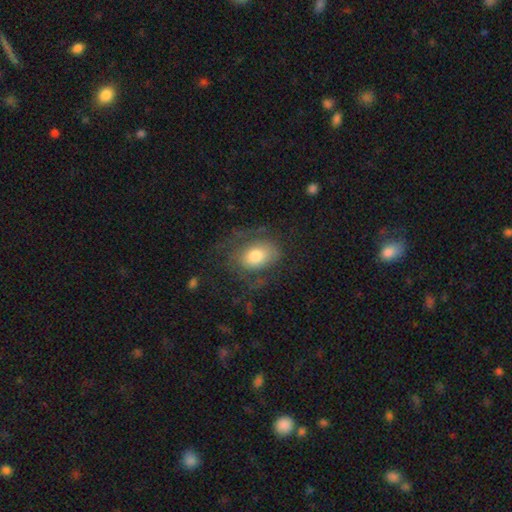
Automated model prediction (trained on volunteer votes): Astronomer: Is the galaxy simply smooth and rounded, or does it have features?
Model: smooth — 57% (runner-up: featured or disk, 35%).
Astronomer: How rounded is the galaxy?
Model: in between — 79%.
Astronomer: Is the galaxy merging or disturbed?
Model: none — 52%.